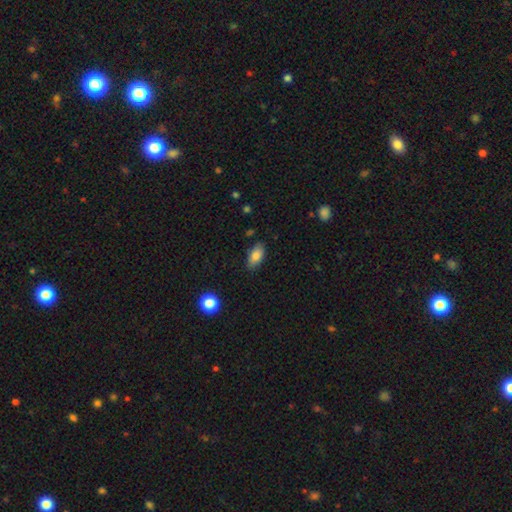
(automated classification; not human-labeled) This is clearly a smooth galaxy (81%). How rounded: clearly in between (91%). Merging: clearly none (84%).